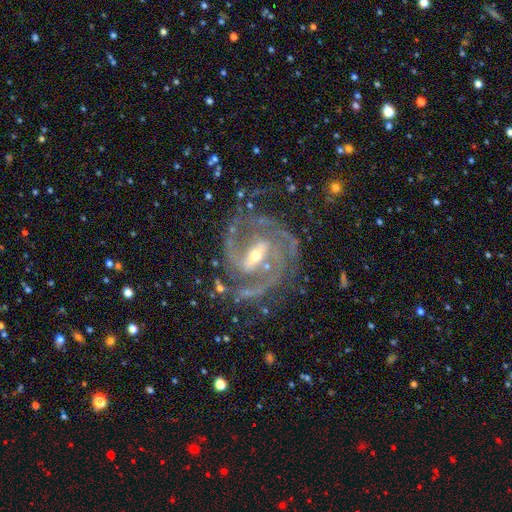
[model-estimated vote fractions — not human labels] The model was most divided on "spiral winding": medium: 53%, tight: 39%, loose: 8%. More confident: spiral arms — yes (99%); edge-on disk — no (98%); smooth or featured — featured or disk (93%); merging — none (72%); spiral arm count — 2 (68%); bar — strong (57%); bulge size — small (56%).